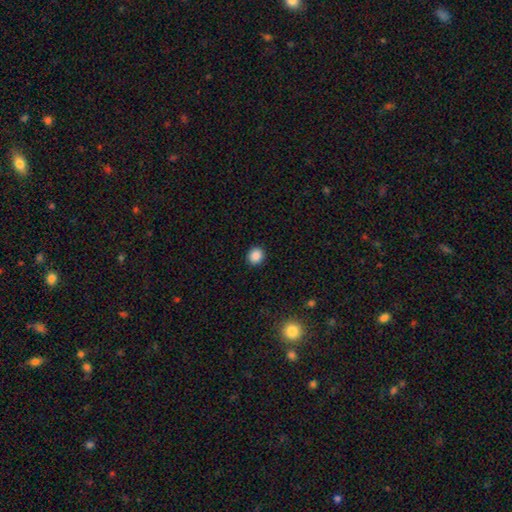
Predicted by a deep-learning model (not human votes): A smooth galaxy with no disk features (87%) that is round (83%).

Vote fractions:
- Smooth or featured? smooth: 87% / star or artifact: 10% / featured or disk: 3%
- How rounded? round: 83% / in between: 16% / cigar-shaped: 1%
- Merging? none: 92% / minor disturbance: 6% / major disturbance: 2% / merger: 1%